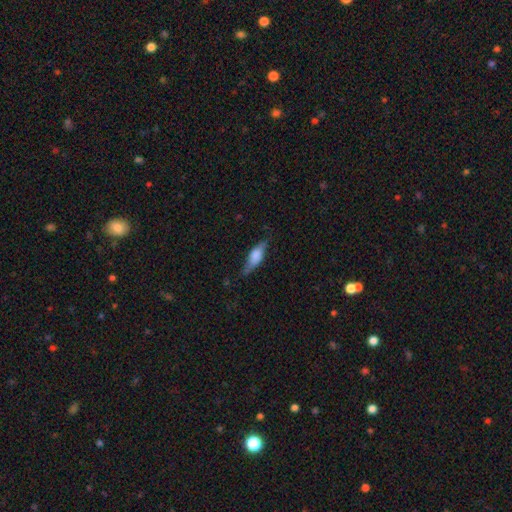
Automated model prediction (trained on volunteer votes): Q: Smooth or featured?
A: smooth (54%); runner-up: featured or disk (39%)
Q: How rounded?
A: in between (62%); runner-up: cigar-shaped (35%)
Q: Merging?
A: none (68%); runner-up: minor disturbance (24%)